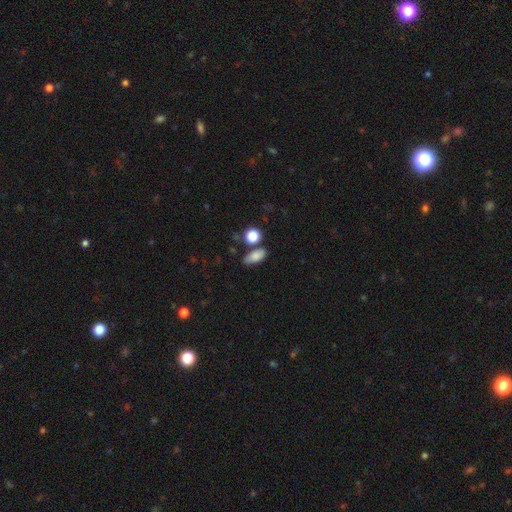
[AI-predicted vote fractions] Smooth or featured?
  - smooth: 82% *
  - star or artifact: 9%
  - featured or disk: 9%
How rounded?
  - in between: 81% *
  - round: 11%
  - cigar-shaped: 9%
Merging?
  - none: 66% *
  - minor disturbance: 17%
  - merger: 12%
  - major disturbance: 5%